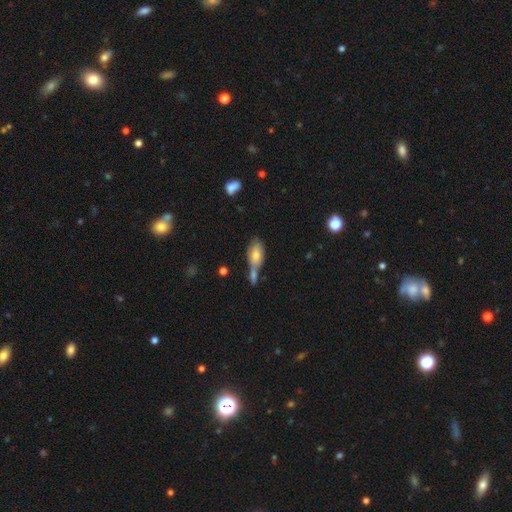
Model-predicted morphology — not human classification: type=smooth (73%); roundness=in between (88%); merging=merger (44%).